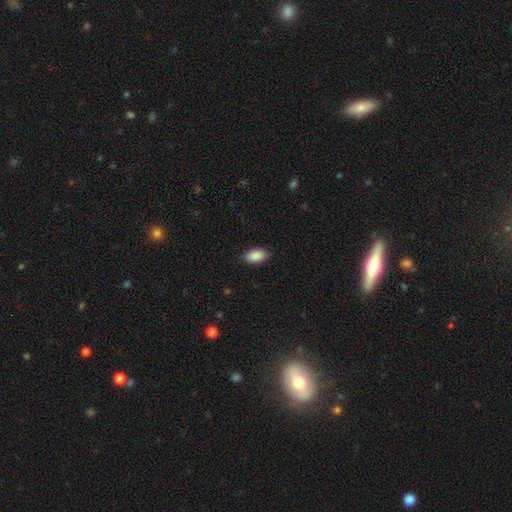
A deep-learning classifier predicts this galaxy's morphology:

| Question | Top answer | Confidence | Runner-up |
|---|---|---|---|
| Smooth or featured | smooth | 90% | star or artifact (7%) |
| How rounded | in between | 94% | round (4%) |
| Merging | none | 87% | minor disturbance (9%) |